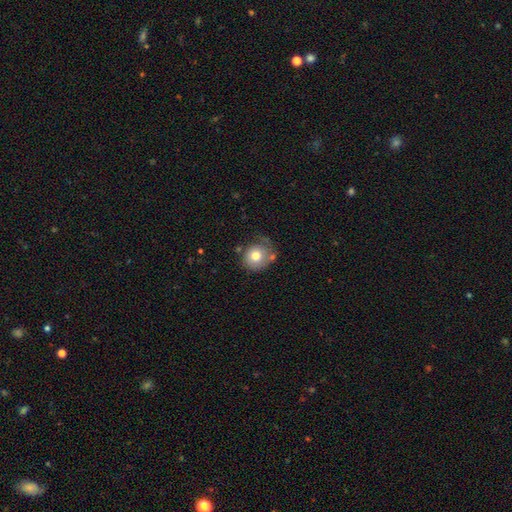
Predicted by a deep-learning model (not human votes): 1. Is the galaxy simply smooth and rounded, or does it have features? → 72% smooth, 20% featured or disk, 8% star or artifact.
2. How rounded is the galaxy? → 78% round, 21% in between, 1% cigar-shaped.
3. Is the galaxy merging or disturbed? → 53% none, 25% minor disturbance, 13% major disturbance, 8% merger.